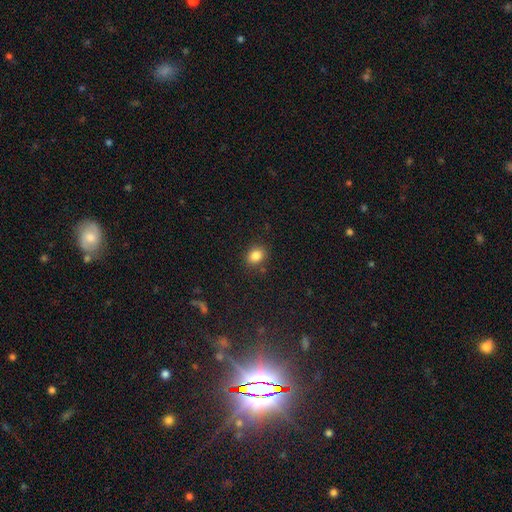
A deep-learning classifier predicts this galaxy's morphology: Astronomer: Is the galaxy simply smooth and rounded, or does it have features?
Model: smooth — 84%.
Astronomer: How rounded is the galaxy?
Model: in between — 50% (runner-up: round, 49%).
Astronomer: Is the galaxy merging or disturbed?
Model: none — 84%.